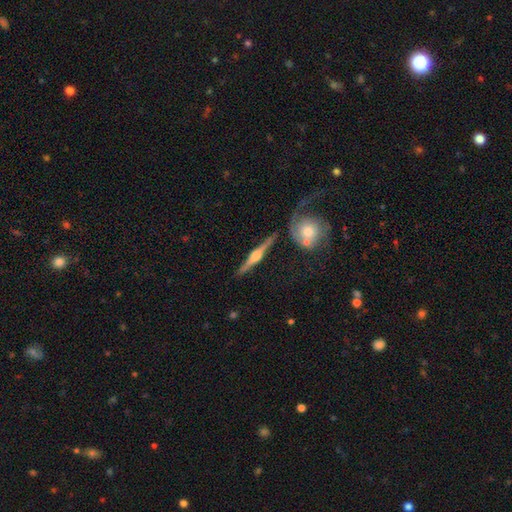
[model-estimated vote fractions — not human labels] featured or disk 83%, smooth 12%, star or artifact 5%. Down the decision tree: edge-on disk — yes (97%); edge-on bulge — rounded (90%); merging — none (84%).